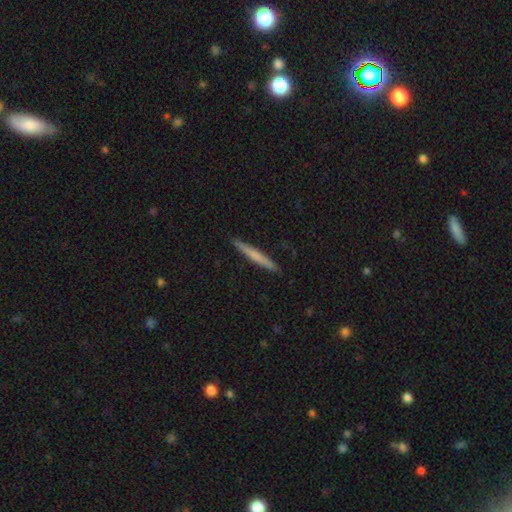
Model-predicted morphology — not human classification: A smooth galaxy with no disk features (60%) that is cigar-shaped (97%).

Vote fractions:
- Smooth or featured? smooth: 60% / featured or disk: 35% / star or artifact: 5%
- How rounded? cigar-shaped: 97% / in between: 2% / round: 1%
- Merging? none: 92% / minor disturbance: 6% / major disturbance: 1% / merger: 1%